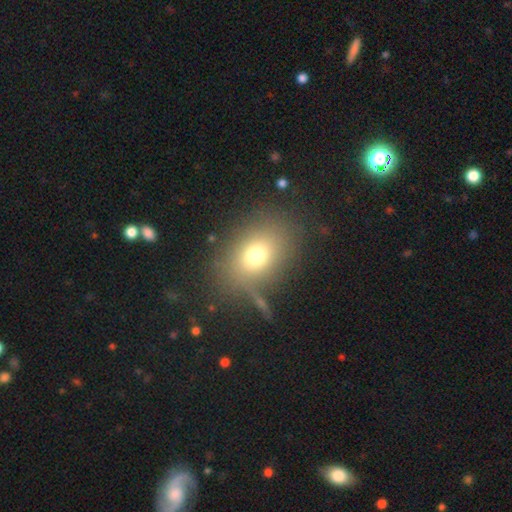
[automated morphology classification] Smooth or featured? Predicted: smooth (p=0.72). How rounded? Predicted: in between (p=0.63). Merging? Predicted: none (p=0.76).